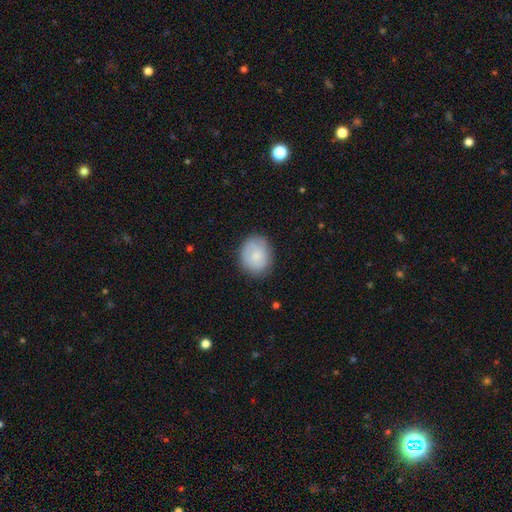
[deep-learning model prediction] Overall: smooth (77%). How rounded: round (60%; in between 39%). Merging: none (79%).